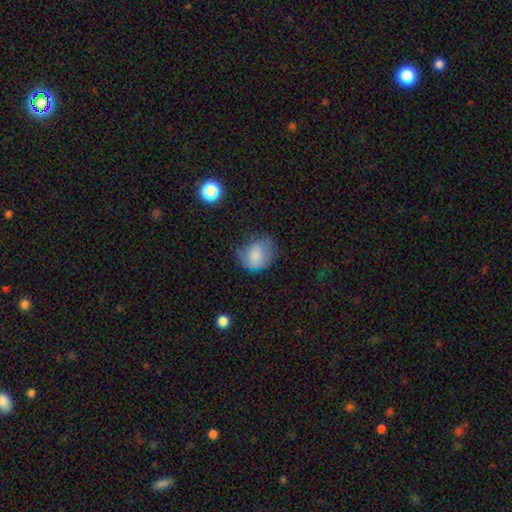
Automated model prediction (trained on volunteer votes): Smooth or featured?
  - smooth: 75% *
  - featured or disk: 16%
  - star or artifact: 9%
How rounded?
  - round: 52% *
  - in between: 47%
  - cigar-shaped: 1%
Merging?
  - none: 42% *
  - minor disturbance: 35%
  - major disturbance: 20%
  - merger: 2%